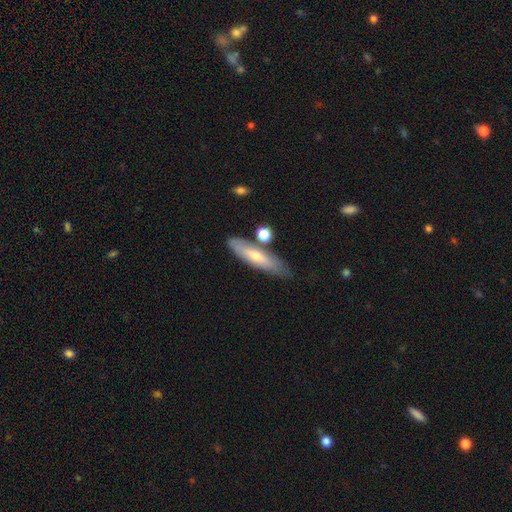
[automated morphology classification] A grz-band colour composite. It shows a smooth galaxy with no disk features (53%) that is cigar-shaped (71%). Merging: none (71%).